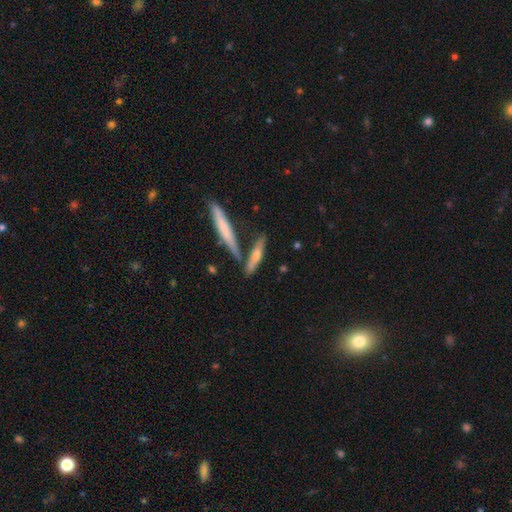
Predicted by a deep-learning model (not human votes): A smooth galaxy with no disk features (57%) that is cigar-shaped (82%).

Vote fractions:
- Smooth or featured? smooth: 57% / featured or disk: 37% / star or artifact: 6%
- How rounded? cigar-shaped: 82% / in between: 16% / round: 3%
- Merging? none: 64% / merger: 18% / minor disturbance: 14% / major disturbance: 4%